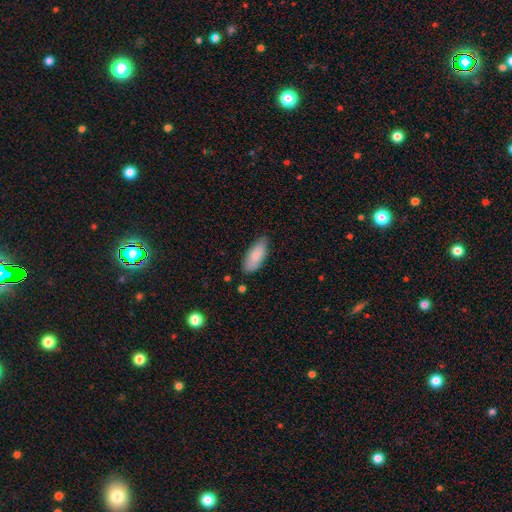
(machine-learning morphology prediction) The model was most divided on "merging": none: 74%, minor disturbance: 21%, major disturbance: 3%, merger: 2%. More confident: smooth or featured — smooth (83%); how rounded — in between (82%).